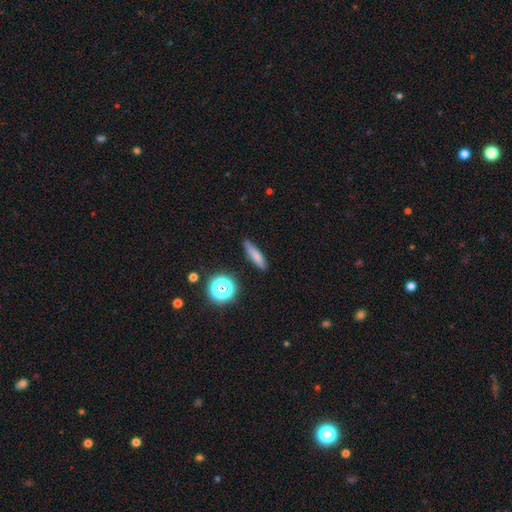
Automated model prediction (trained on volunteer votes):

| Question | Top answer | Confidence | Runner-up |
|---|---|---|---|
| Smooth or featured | smooth | 73% | featured or disk (14%) |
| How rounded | cigar-shaped | 79% | in between (16%) |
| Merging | none | 82% | minor disturbance (13%) |